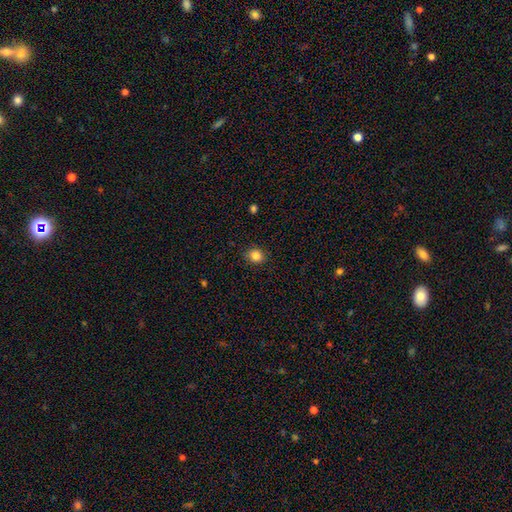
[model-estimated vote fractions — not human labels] This appears to be a smooth galaxy with no disk features (84%) that is round (75%). Merging: none (88%).